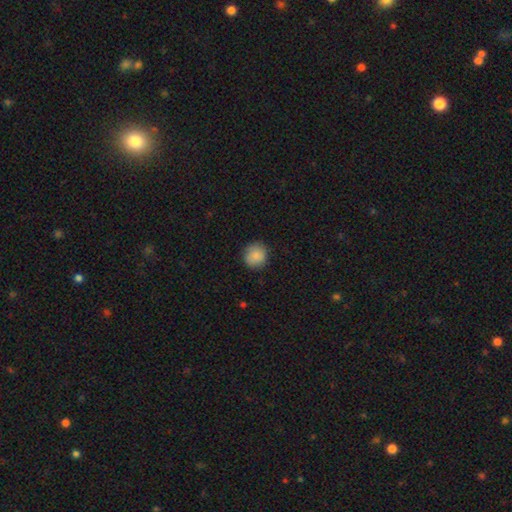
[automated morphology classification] smooth_or_featured: smooth (p=0.87) [alt: star or artifact p=0.08]
how_rounded: round (p=0.89) [alt: in between p=0.10]
merging: none (p=0.84) [alt: minor disturbance p=0.12]